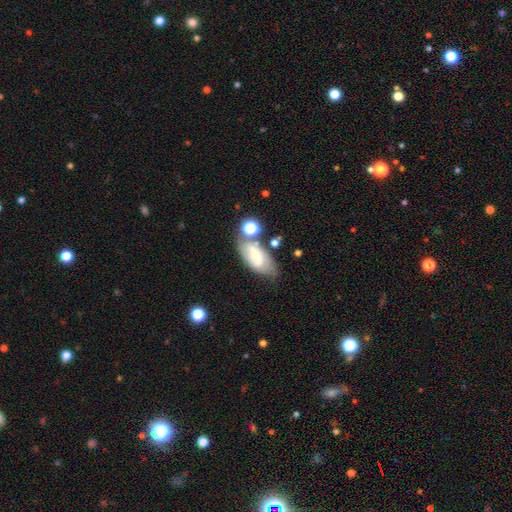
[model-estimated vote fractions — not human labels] Smooth or featured: smooth — 48% (featured or disk — 42%)
Merging: none — 53% (minor disturbance — 23%)